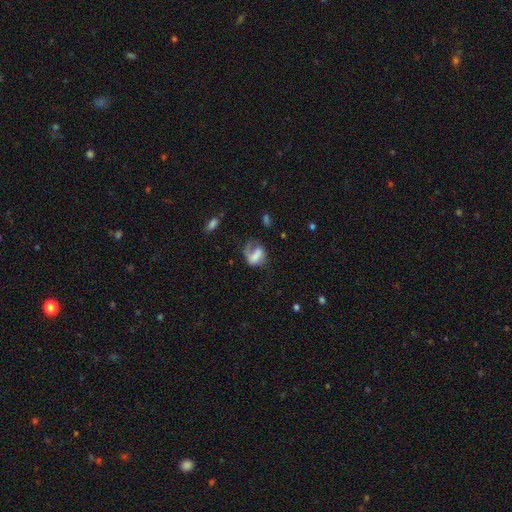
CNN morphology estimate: The model was most divided on "smooth or featured": smooth: 50%, featured or disk: 40%, star or artifact: 10%. Remaining: how rounded — in between (70%); merging — major disturbance (43%).